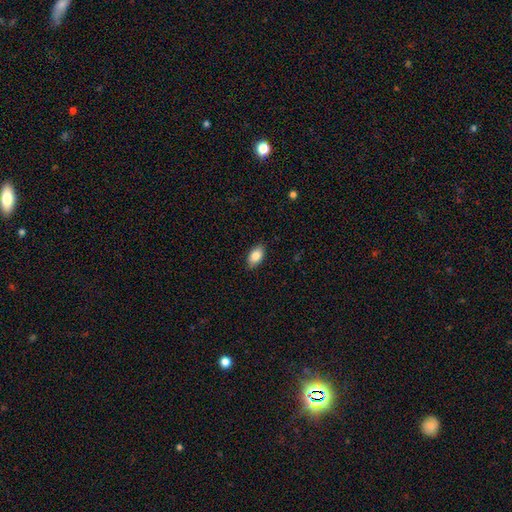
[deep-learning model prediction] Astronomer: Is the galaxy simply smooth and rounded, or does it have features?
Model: smooth — 84%.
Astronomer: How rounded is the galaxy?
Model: in between — 91%.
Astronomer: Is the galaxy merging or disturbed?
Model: none — 86%.